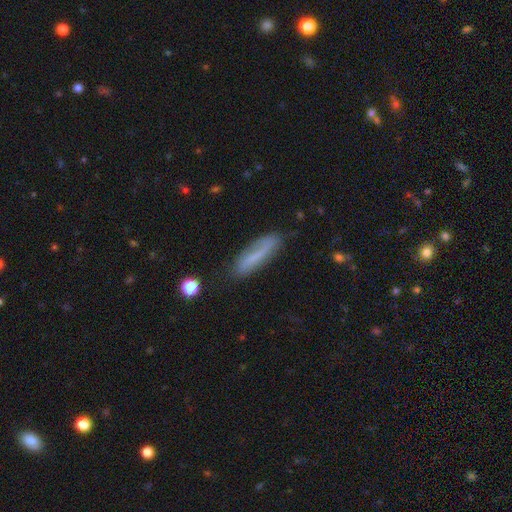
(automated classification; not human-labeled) smooth 56%, featured or disk 36%, star or artifact 9%. Down the decision tree: how rounded — cigar-shaped (72%); merging — none (75%).